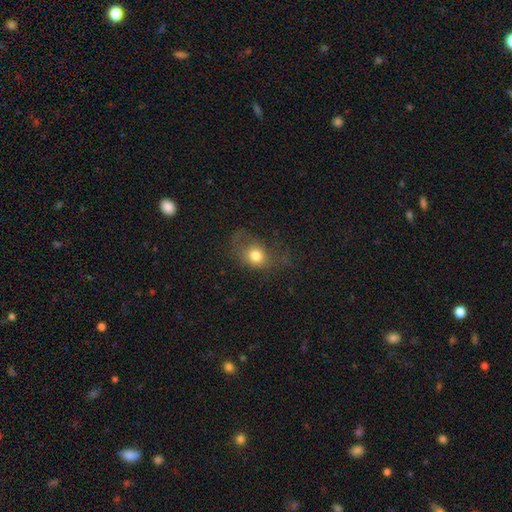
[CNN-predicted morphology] type=smooth (73%); roundness=round (55%); merging=none (42%).